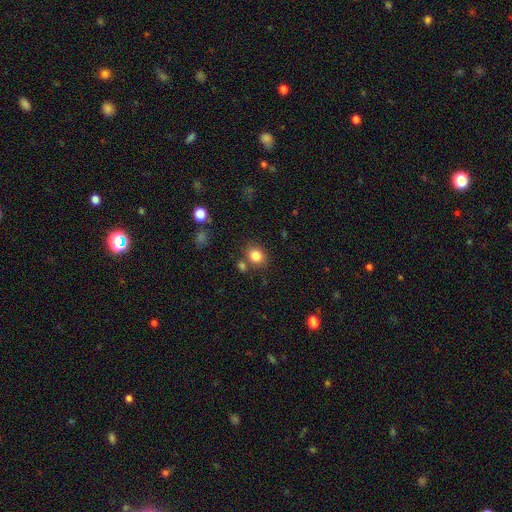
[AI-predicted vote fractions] smooth 83%, star or artifact 11%, featured or disk 6%. Down the decision tree: how rounded — round (60%); merging — none (76%).